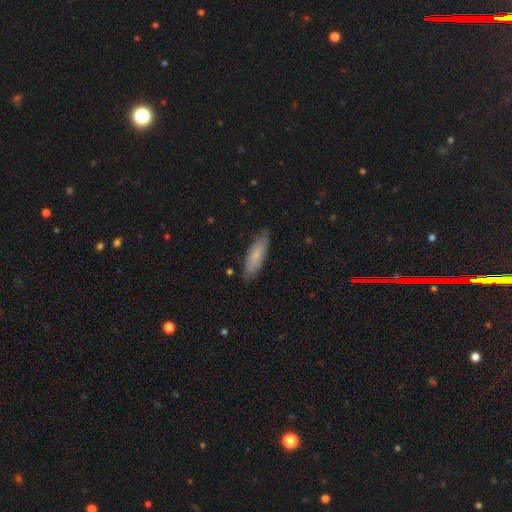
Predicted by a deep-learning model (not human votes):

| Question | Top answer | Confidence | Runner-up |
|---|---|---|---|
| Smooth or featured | smooth | 73% | featured or disk (21%) |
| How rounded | cigar-shaped | 54% | in between (44%) |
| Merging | none | 81% | minor disturbance (15%) |